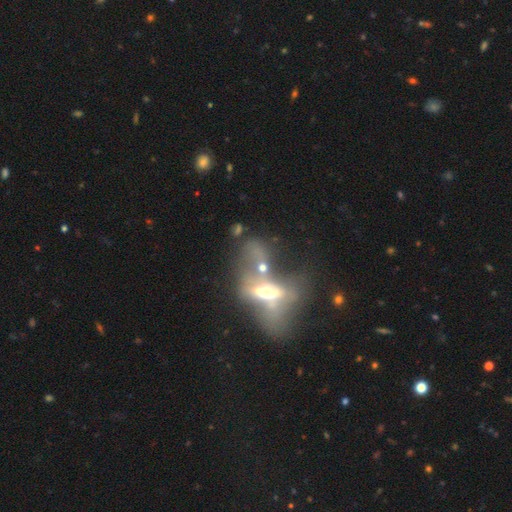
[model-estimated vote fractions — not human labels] smooth_or_featured: featured or disk (p=0.53) [alt: smooth p=0.31]
disk_edge_on: no (p=0.69) [alt: yes p=0.31]
merging: merger (p=0.44) [alt: major disturbance p=0.28]